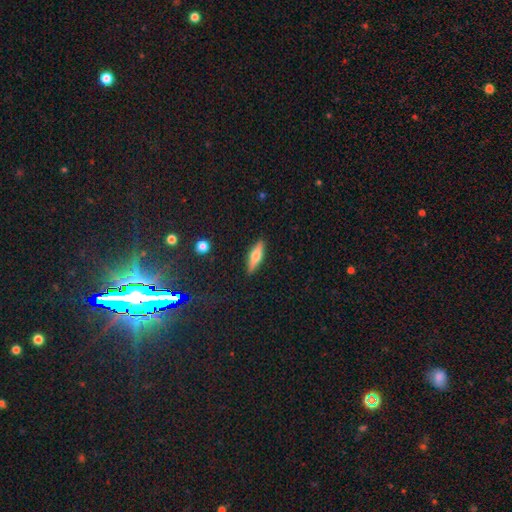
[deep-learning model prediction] smooth-or-featured: smooth: 52% | featured or disk: 42% | star or artifact: 7%
  how-rounded: cigar-shaped: 62% | in between: 35% | round: 3%
  merging: none: 89% | minor disturbance: 8% | major disturbance: 2% | merger: 1%